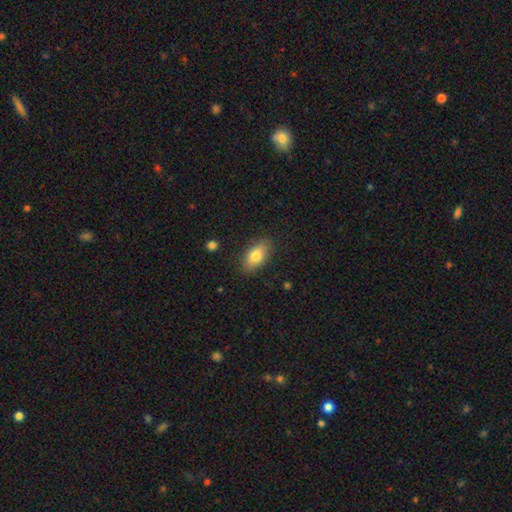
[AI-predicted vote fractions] A smooth galaxy with no disk features (79%) that is in between round and cigar-shaped (88%).

Vote fractions:
- Smooth or featured? smooth: 79% / featured or disk: 14% / star or artifact: 7%
- How rounded? in between: 88% / cigar-shaped: 6% / round: 6%
- Merging? none: 85% / minor disturbance: 12% / major disturbance: 3% / merger: 1%